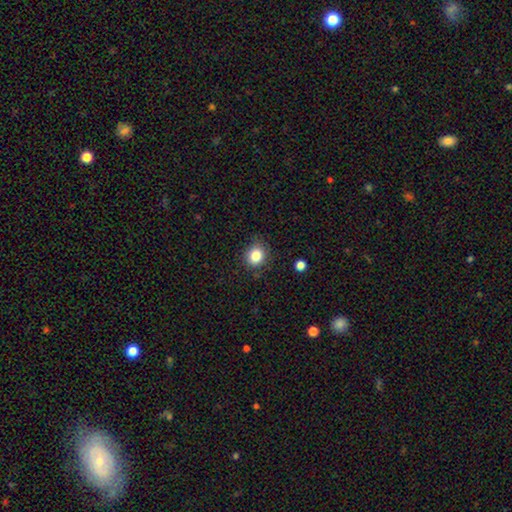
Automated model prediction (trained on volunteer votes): Smooth or featured? smooth (84%)
How rounded? round (77%)
Merging? none (83%)